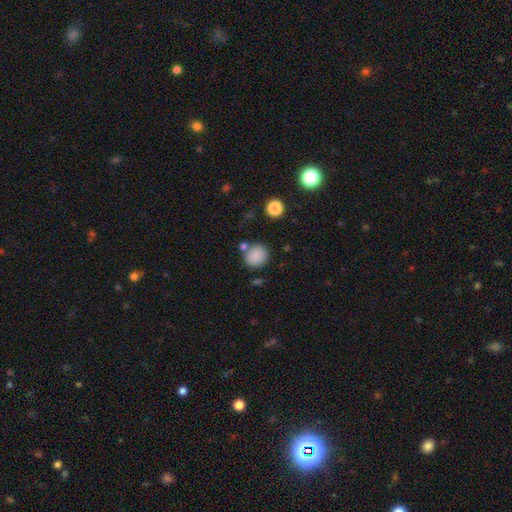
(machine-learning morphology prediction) type=smooth (85%); roundness=round (77%); merging=none (72%).